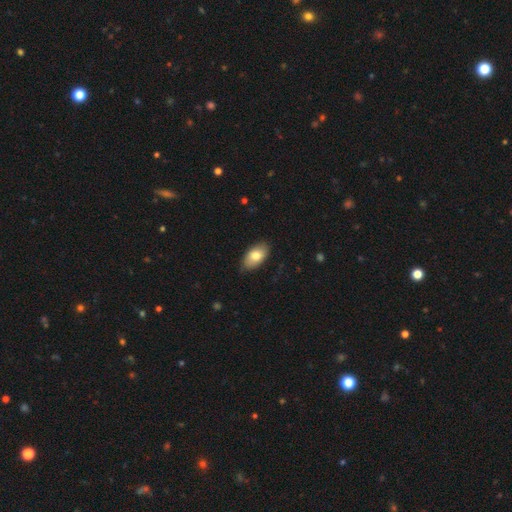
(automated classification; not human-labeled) Smooth or featured?
  - smooth: 79% *
  - featured or disk: 14%
  - star or artifact: 6%
How rounded?
  - in between: 93% *
  - round: 5%
  - cigar-shaped: 2%
Merging?
  - none: 82% *
  - minor disturbance: 15%
  - major disturbance: 2%
  - merger: 1%